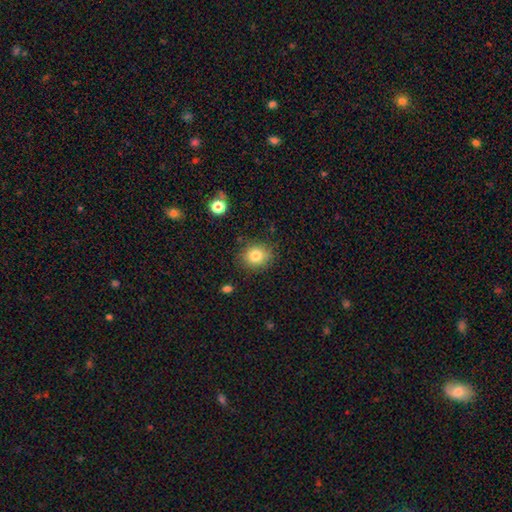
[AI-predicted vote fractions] smooth-or-featured: smooth: 82% | star or artifact: 10% | featured or disk: 8%
  how-rounded: round: 72% | in between: 27% | cigar-shaped: 1%
  merging: none: 83% | minor disturbance: 12% | major disturbance: 3% | merger: 2%